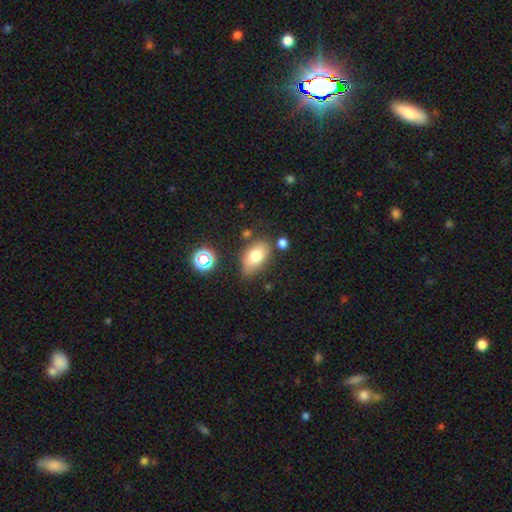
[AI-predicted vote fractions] Q: Smooth or featured?
A: smooth (76%); runner-up: featured or disk (13%)
Q: How rounded?
A: in between (89%); runner-up: round (8%)
Q: Merging?
A: none (70%); runner-up: minor disturbance (19%)